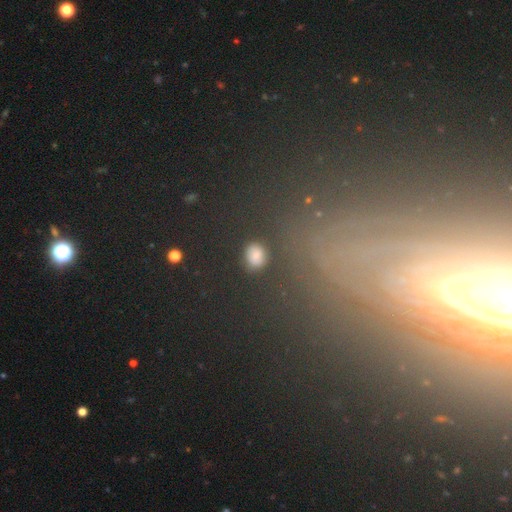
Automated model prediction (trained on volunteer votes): A smooth galaxy with no disk features (72%) that is round (49%). Merging: none (81%).